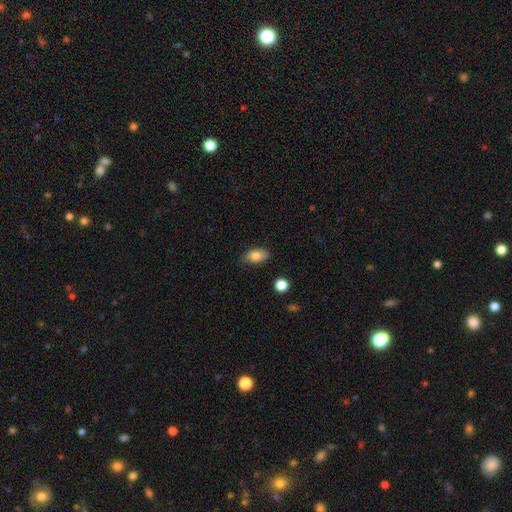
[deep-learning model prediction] Q: Smooth or featured?
A: smooth (83%); runner-up: featured or disk (10%)
Q: How rounded?
A: in between (90%); runner-up: round (8%)
Q: Merging?
A: none (80%); runner-up: minor disturbance (16%)